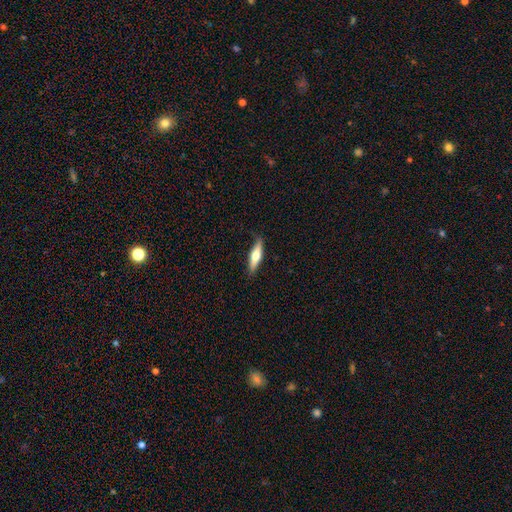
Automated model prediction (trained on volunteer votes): Smooth or featured? Predicted: smooth (p=0.55). How rounded? Predicted: cigar-shaped (p=0.67). Merging? Predicted: none (p=0.84).